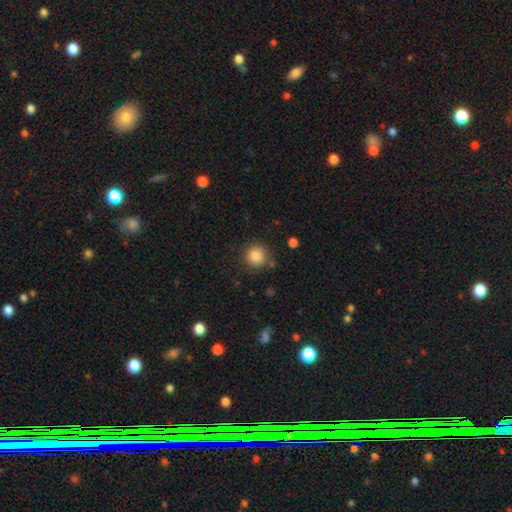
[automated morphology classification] smooth_or_featured: smooth (p=0.85) [alt: star or artifact p=0.10]
how_rounded: round (p=0.93) [alt: in between p=0.06]
merging: none (p=0.84) [alt: minor disturbance p=0.09]